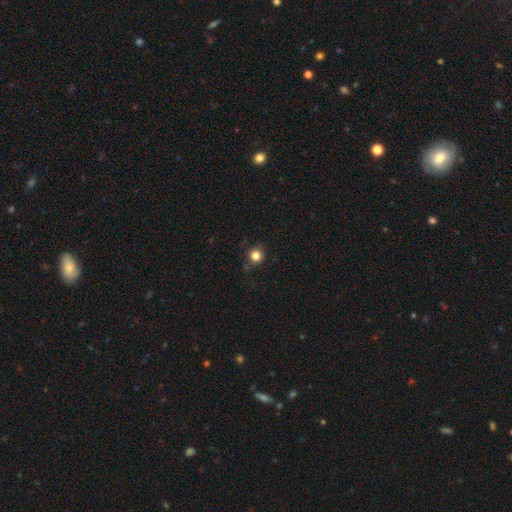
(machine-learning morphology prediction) Smooth or featured?
  - smooth: 82% *
  - star or artifact: 13%
  - featured or disk: 5%
How rounded?
  - round: 93% *
  - in between: 6%
  - cigar-shaped: 1%
Merging?
  - none: 84% *
  - minor disturbance: 11%
  - major disturbance: 3%
  - merger: 2%